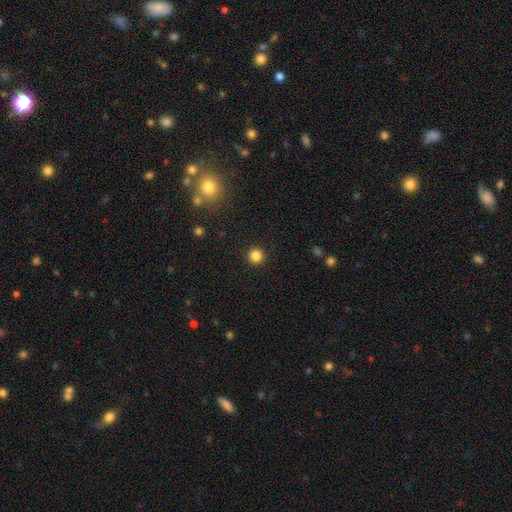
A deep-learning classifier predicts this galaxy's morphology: type=smooth (85%); roundness=round (94%); merging=none (92%).